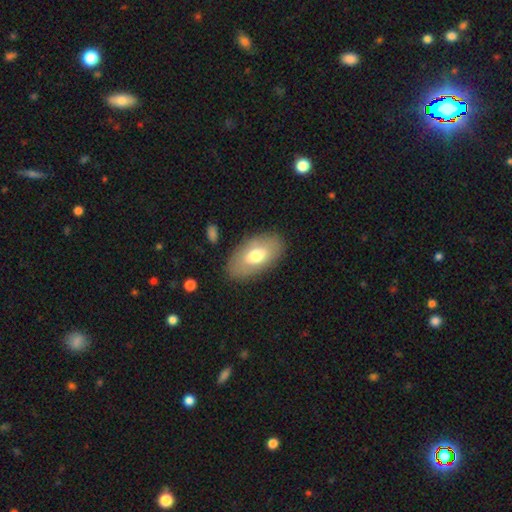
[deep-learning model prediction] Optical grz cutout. It shows a smooth galaxy with no disk features (66%) that is in between round and cigar-shaped (93%). Merging: none (84%).